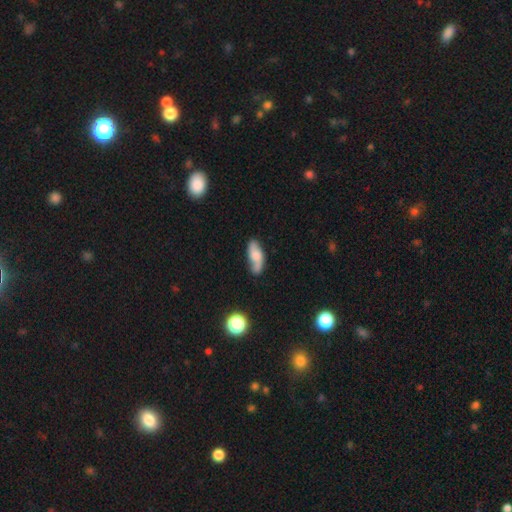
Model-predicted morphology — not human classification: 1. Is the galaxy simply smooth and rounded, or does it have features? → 49% smooth, 42% featured or disk, 8% star or artifact.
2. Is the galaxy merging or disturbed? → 65% none, 23% minor disturbance, 6% major disturbance, 6% merger.